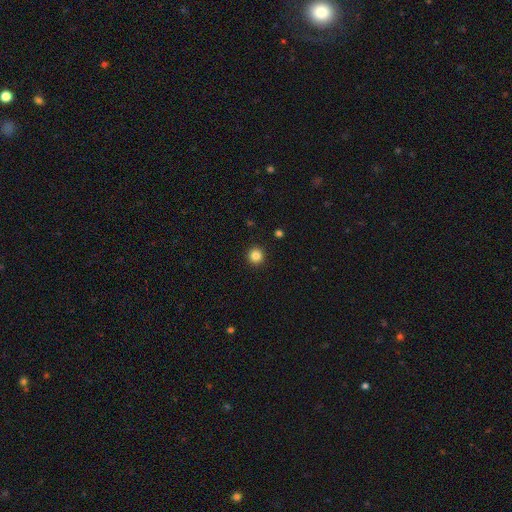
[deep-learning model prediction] Smooth or featured: smooth — 85% (star or artifact — 11%)
How rounded: round — 95% (in between — 4%)
Merging: none — 93% (minor disturbance — 4%)